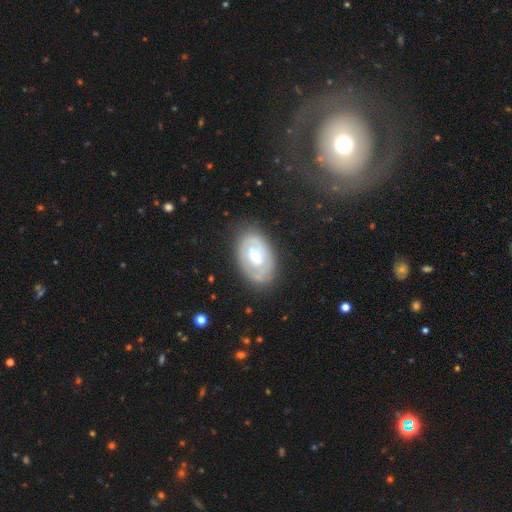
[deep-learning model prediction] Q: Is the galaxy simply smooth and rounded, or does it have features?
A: featured or disk — 66%.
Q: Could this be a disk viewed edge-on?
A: no — 95%.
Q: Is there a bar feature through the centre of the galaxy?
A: no — 70%.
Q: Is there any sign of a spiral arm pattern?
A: yes — 60%.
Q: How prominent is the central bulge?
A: moderate — 47%.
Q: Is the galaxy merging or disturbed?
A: none — 74%.